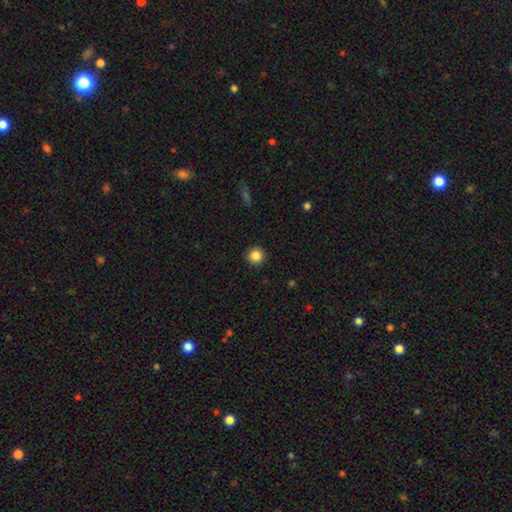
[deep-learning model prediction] A smooth galaxy with no disk features (86%) that is round (95%).

Vote fractions:
- Smooth or featured? smooth: 86% / star or artifact: 10% / featured or disk: 4%
- How rounded? round: 95% / in between: 4% / cigar-shaped: 1%
- Merging? none: 92% / minor disturbance: 5% / major disturbance: 2% / merger: 1%